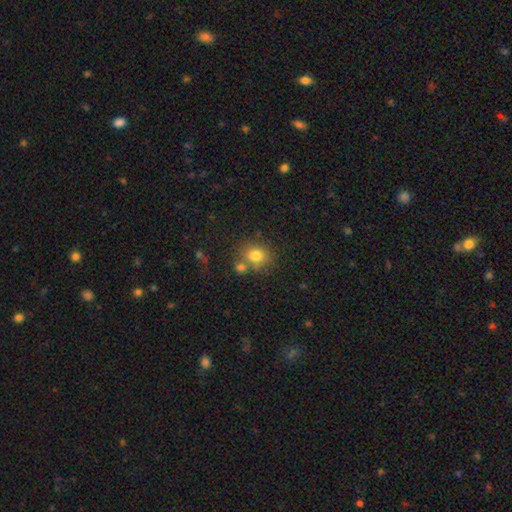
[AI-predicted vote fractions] smooth-or-featured: smooth: 78% | star or artifact: 12% | featured or disk: 10%
  how-rounded: round: 68% | in between: 31% | cigar-shaped: 1%
  merging: none: 59% | merger: 23% | minor disturbance: 13% | major disturbance: 5%